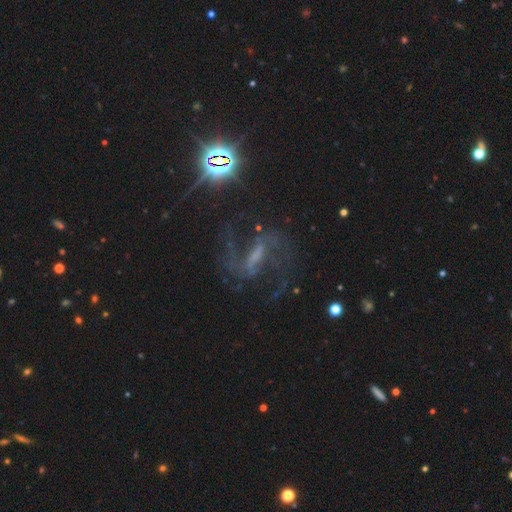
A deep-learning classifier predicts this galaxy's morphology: type=featured or disk (72%); edge-on=no (92%); bar=strong (58%); spiral arms=yes (92%); winding=medium (45%); arm count=2 (86%); bulge=none (41%); merging=none (65%).